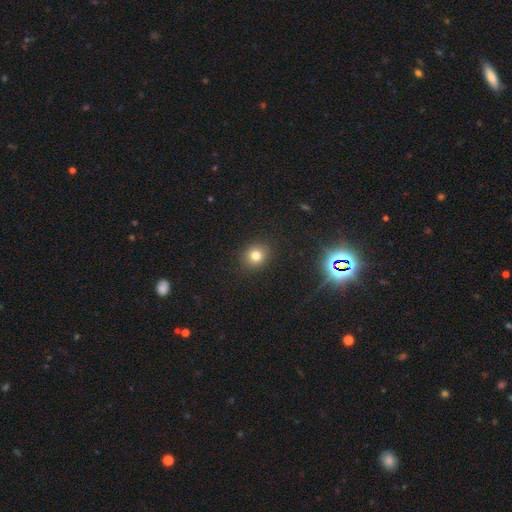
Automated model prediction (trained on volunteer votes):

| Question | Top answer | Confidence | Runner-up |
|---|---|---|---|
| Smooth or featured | smooth | 78% | star or artifact (15%) |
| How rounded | round | 76% | in between (23%) |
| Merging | none | 90% | minor disturbance (7%) |